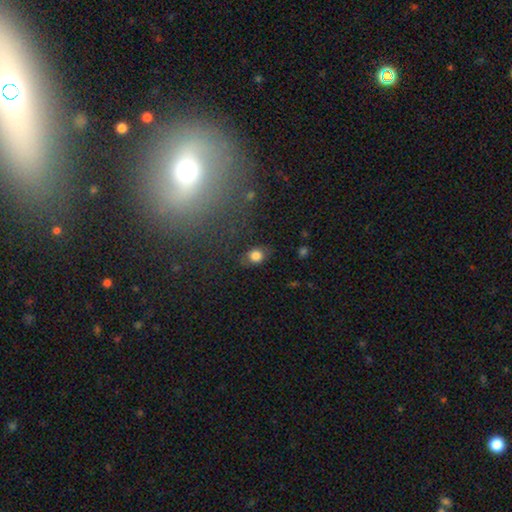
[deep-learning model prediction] Smooth or featured? Predicted: smooth (p=0.80). How rounded? Predicted: round (p=0.55). Merging? Predicted: none (p=0.77).